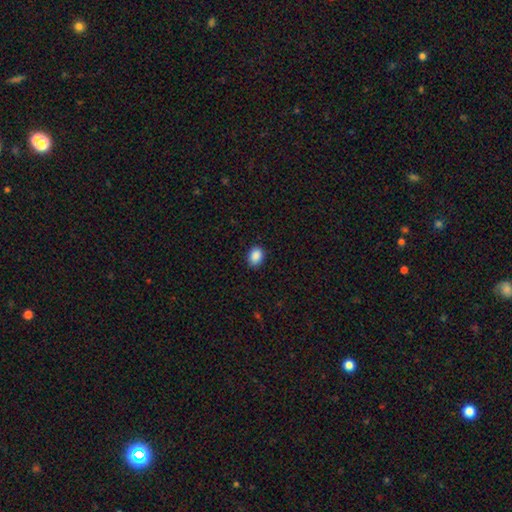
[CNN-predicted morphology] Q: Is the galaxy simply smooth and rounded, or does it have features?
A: smooth — 89%.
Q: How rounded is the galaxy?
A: in between — 65%.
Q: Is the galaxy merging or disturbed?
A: none — 87%.